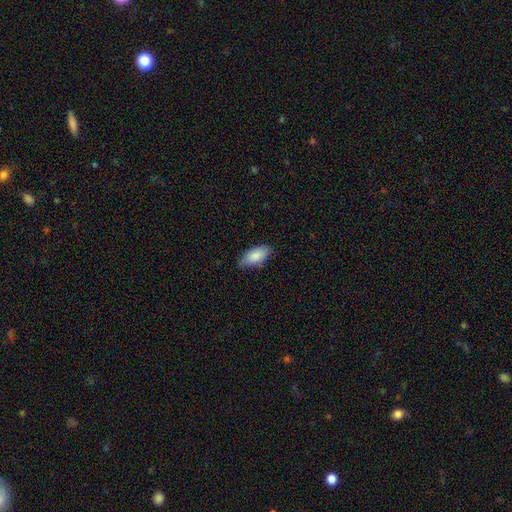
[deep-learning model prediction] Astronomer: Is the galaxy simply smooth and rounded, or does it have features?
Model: smooth — 86%.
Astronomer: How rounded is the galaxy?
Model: in between — 89%.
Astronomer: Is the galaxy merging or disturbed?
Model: none — 79%.